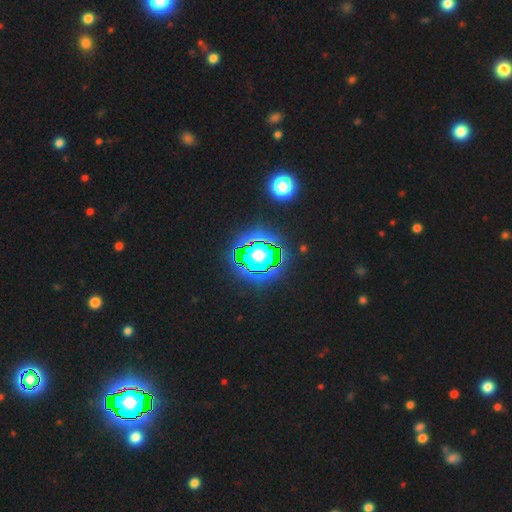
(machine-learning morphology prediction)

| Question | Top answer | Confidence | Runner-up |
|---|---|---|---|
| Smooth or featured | star or artifact | 75% | smooth (14%) |